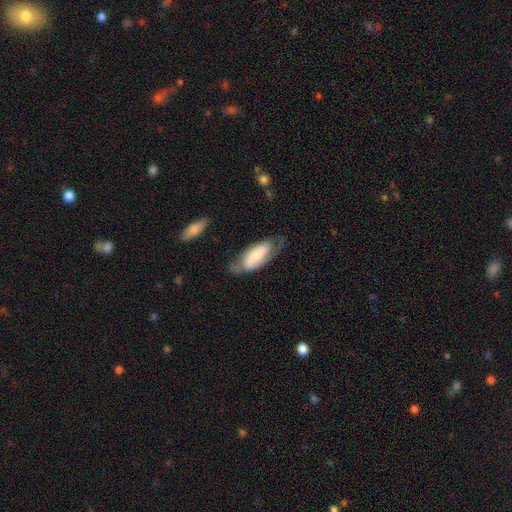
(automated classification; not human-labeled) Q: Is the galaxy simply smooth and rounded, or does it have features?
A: featured or disk — 49%.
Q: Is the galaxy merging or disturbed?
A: none — 57%.